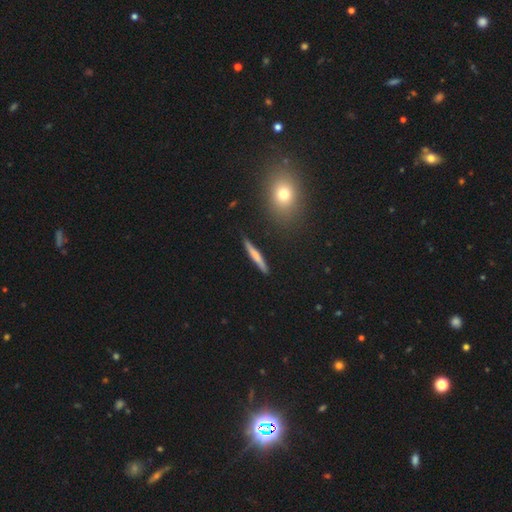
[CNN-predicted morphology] Smooth or featured?
  - smooth: 57% *
  - featured or disk: 37%
  - star or artifact: 6%
How rounded?
  - cigar-shaped: 93% *
  - in between: 4%
  - round: 2%
Merging?
  - none: 86% *
  - minor disturbance: 10%
  - major disturbance: 2%
  - merger: 2%